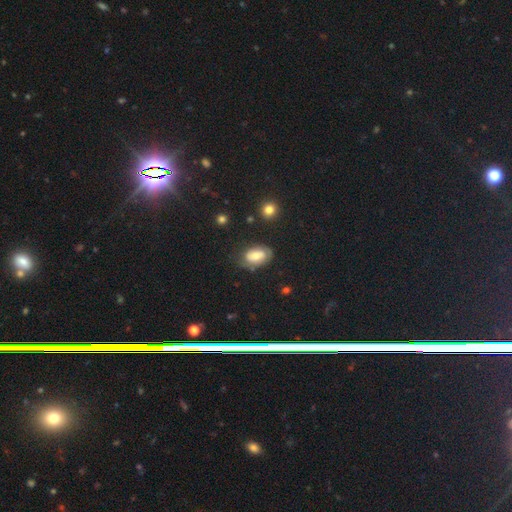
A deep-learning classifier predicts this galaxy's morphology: smooth-or-featured: smooth: 52% | featured or disk: 39% | star or artifact: 9%
  how-rounded: in between: 87% | round: 11% | cigar-shaped: 2%
  merging: none: 67% | minor disturbance: 23% | major disturbance: 8% | merger: 2%